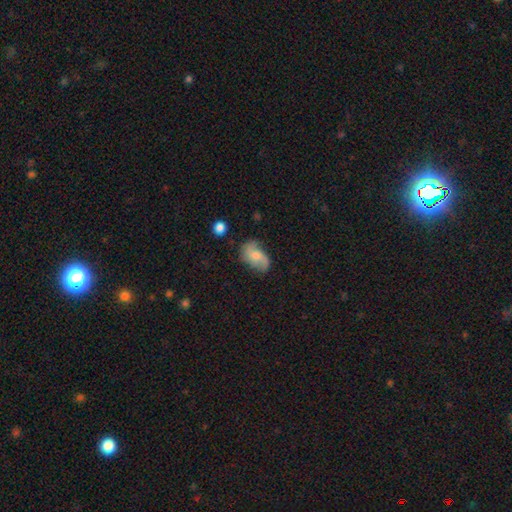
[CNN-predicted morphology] type=smooth (47%); merging=none (54%).